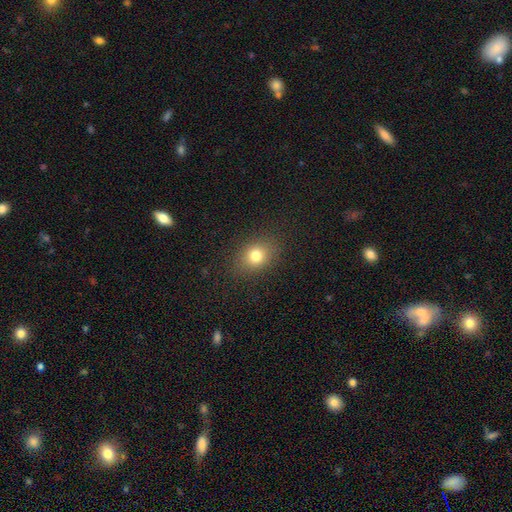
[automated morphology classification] The model was most divided on "how rounded": round: 50%, in between: 49%, cigar-shaped: 1%. More confident: merging — none (86%); smooth or featured — smooth (78%).